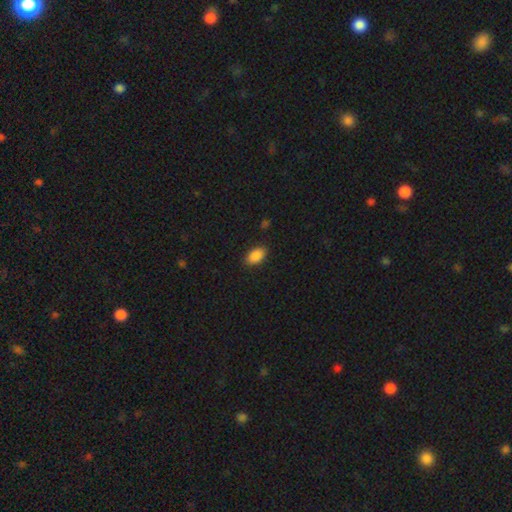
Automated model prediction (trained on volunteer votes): Morphology: type=smooth (89%); roundness=in between (91%); merging=none (86%).